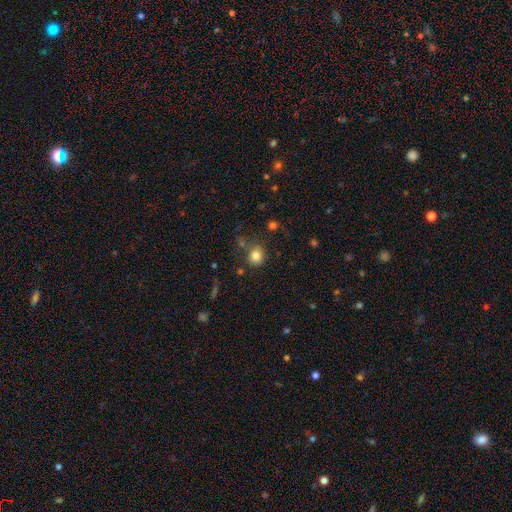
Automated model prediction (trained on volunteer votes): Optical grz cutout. It shows a smooth galaxy with no disk features (82%) that is round (76%). Merging: none (74%).